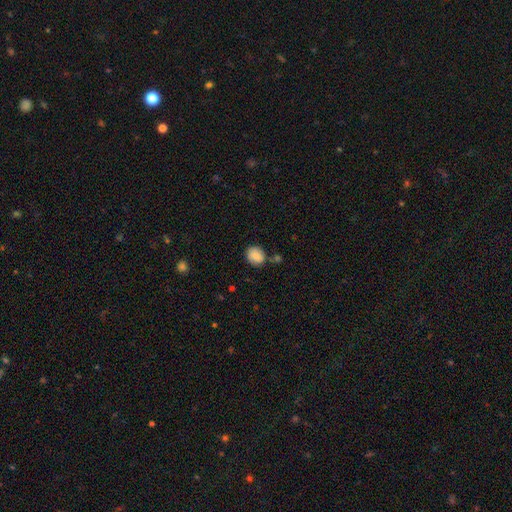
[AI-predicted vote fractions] Smooth or featured? Predicted: smooth (p=0.82). How rounded? Predicted: round (p=0.66). Merging? Predicted: none (p=0.71).